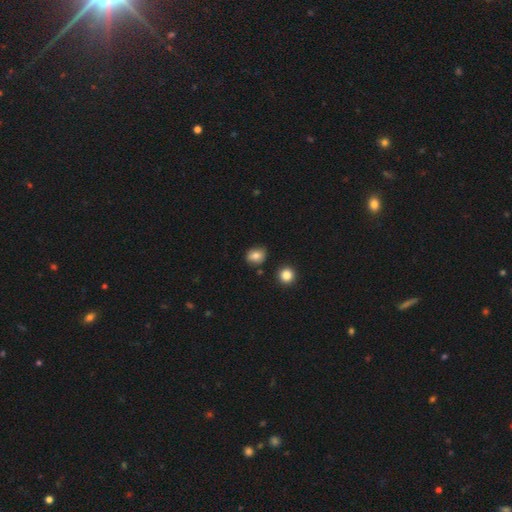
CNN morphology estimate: Smooth or featured: smooth — 78% (featured or disk — 11%)
How rounded: round — 56% (in between — 43%)
Merging: none — 79% (minor disturbance — 15%)